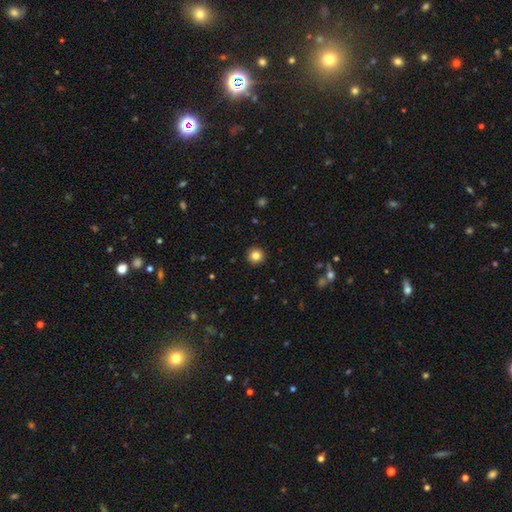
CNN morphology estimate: Q: Smooth or featured?
A: smooth (83%); runner-up: star or artifact (11%)
Q: How rounded?
A: round (95%); runner-up: in between (4%)
Q: Merging?
A: none (93%); runner-up: minor disturbance (5%)